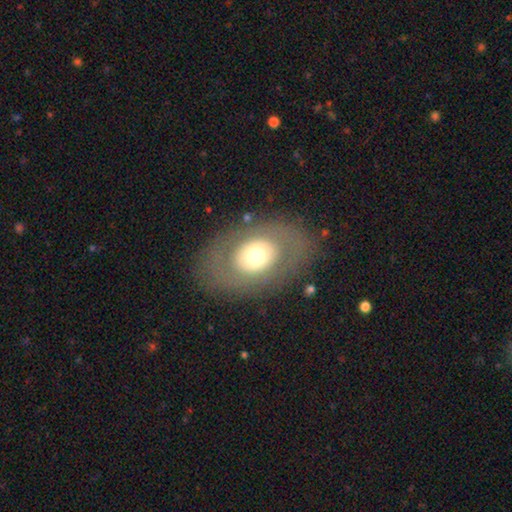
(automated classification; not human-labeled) This appears to be a smooth galaxy with no disk features (50%) that is in between round and cigar-shaped (73%). Merging: none (80%).